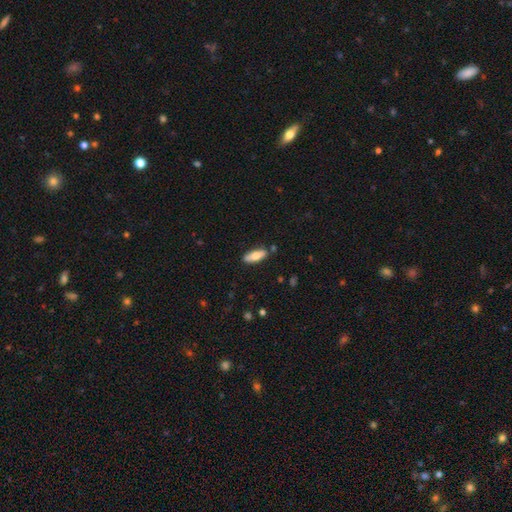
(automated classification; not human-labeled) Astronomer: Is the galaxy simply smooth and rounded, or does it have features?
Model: smooth — 71%.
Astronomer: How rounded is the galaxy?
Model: in between — 67%.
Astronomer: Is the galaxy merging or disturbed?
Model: none — 83%.